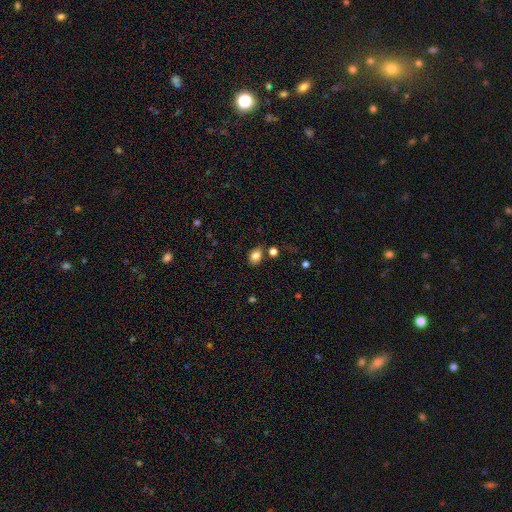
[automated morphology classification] Overall: smooth (83%). How rounded: in between (66%; round 33%). Merging: none (74%).